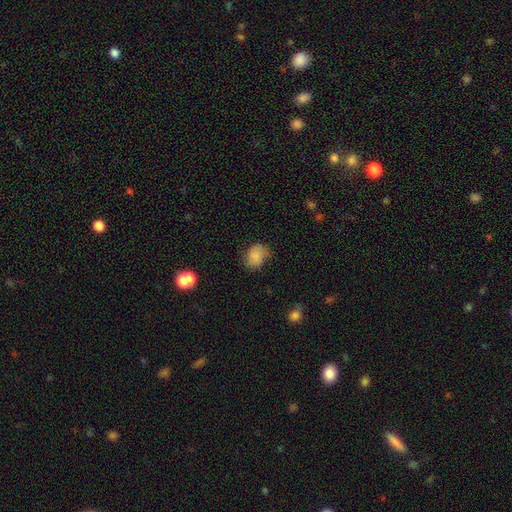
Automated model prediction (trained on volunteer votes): Smooth or featured: smooth — 77% (featured or disk — 14%)
How rounded: in between — 55% (round — 44%)
Merging: none — 61% (minor disturbance — 28%)